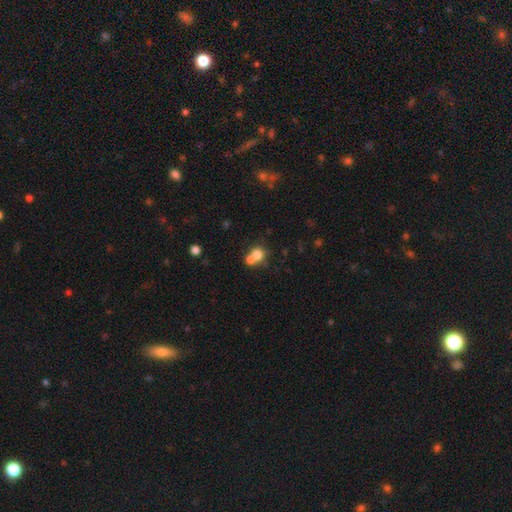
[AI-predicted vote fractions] Smooth or featured?
  - smooth: 74% *
  - featured or disk: 14%
  - star or artifact: 12%
How rounded?
  - round: 80% *
  - in between: 20%
  - cigar-shaped: 1%
Merging?
  - merger: 53% *
  - none: 37%
  - minor disturbance: 6%
  - major disturbance: 4%